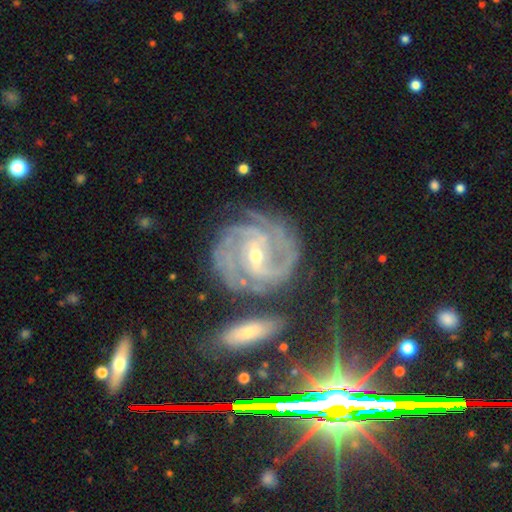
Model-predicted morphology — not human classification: Smooth or featured: featured or disk — 88% (star or artifact — 7%)
Edge-on disk: no — 97% (yes — 3%)
Bar: weak — 43% (strong — 33%)
Spiral arms: yes — 98% (no — 2%)
Spiral winding: tight — 65% (medium — 30%)
Spiral arm count: 3 — 34% (2 — 21%)
Bulge size: small — 61% (moderate — 36%)
Merging: none — 71% (minor disturbance — 16%)